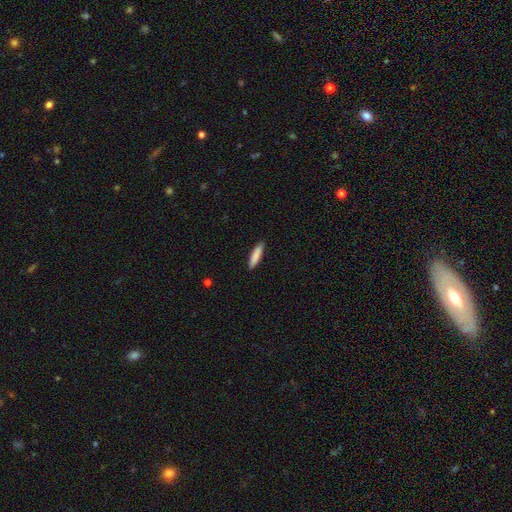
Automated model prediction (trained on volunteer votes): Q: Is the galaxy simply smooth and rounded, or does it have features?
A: smooth — 86%.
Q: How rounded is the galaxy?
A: cigar-shaped — 80%.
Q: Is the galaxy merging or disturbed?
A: none — 90%.